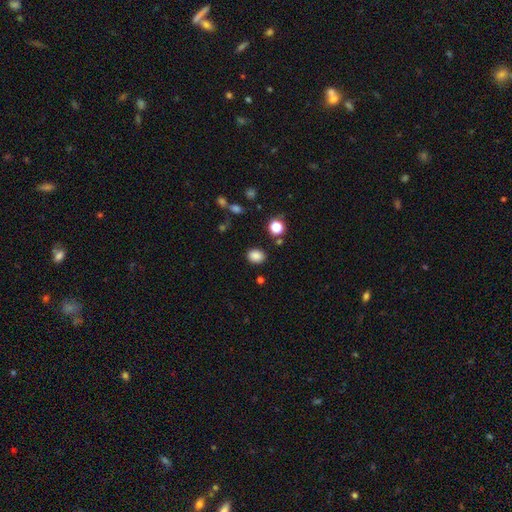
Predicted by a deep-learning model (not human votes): A smooth galaxy with no disk features (85%) that is in between round and cigar-shaped (50%).

Vote fractions:
- Smooth or featured? smooth: 85% / star or artifact: 12% / featured or disk: 4%
- How rounded? in between: 50% / round: 49% / cigar-shaped: 1%
- Merging? none: 86% / minor disturbance: 8% / major disturbance: 3% / merger: 2%